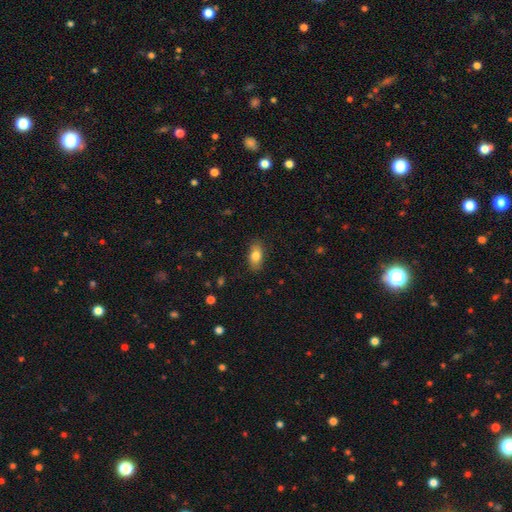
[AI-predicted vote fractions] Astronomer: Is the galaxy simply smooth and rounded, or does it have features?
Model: smooth — 82%.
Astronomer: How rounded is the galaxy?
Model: in between — 88%.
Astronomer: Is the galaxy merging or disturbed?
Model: none — 84%.